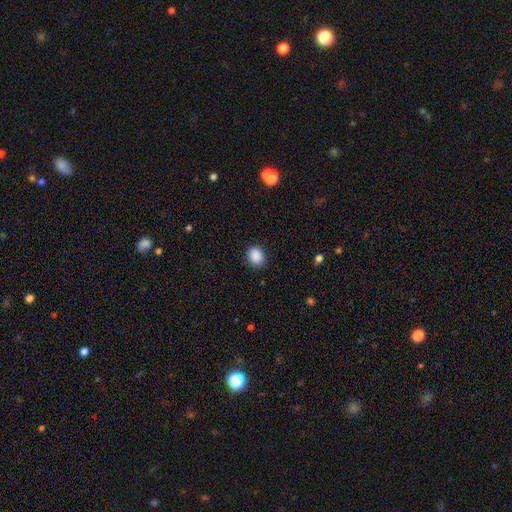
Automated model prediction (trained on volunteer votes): A smooth galaxy with no disk features (89%) that is round (51%).

Vote fractions:
- Smooth or featured? smooth: 89% / star or artifact: 9% / featured or disk: 3%
- How rounded? round: 51% / in between: 48% / cigar-shaped: 1%
- Merging? none: 88% / minor disturbance: 8% / major disturbance: 2% / merger: 1%